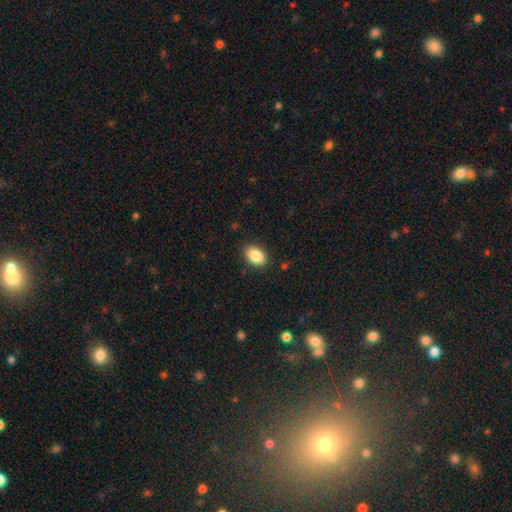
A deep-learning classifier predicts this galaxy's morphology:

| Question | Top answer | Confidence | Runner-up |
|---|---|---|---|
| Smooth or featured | smooth | 88% | star or artifact (8%) |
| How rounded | in between | 83% | round (16%) |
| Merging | none | 88% | minor disturbance (9%) |